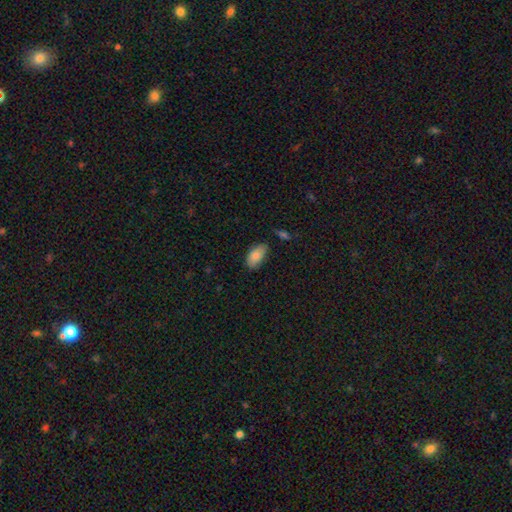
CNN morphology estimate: This is clearly a smooth galaxy (85%). How rounded: clearly in between (93%). Merging: likely none (71%).